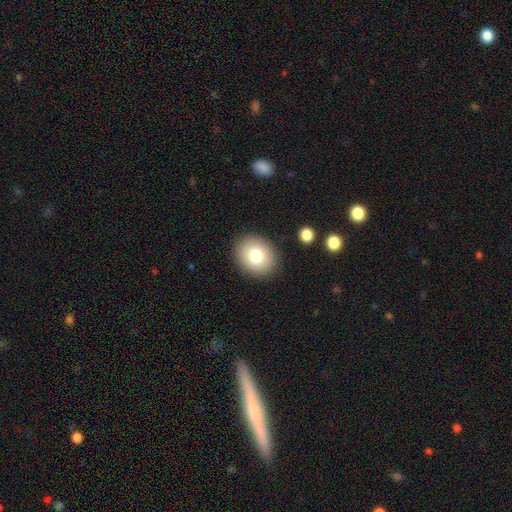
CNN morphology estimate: This is likely a smooth galaxy (79%). How rounded: possibly round (53%). Merging: clearly none (89%).